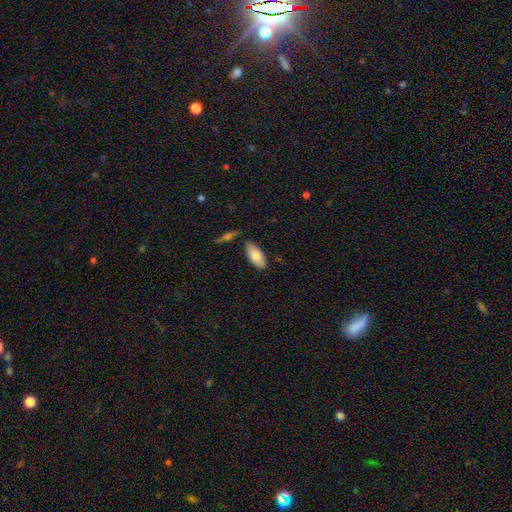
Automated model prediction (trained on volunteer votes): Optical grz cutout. It shows a smooth galaxy with no disk features (81%) that is in between round and cigar-shaped (89%). Merging: none (78%).